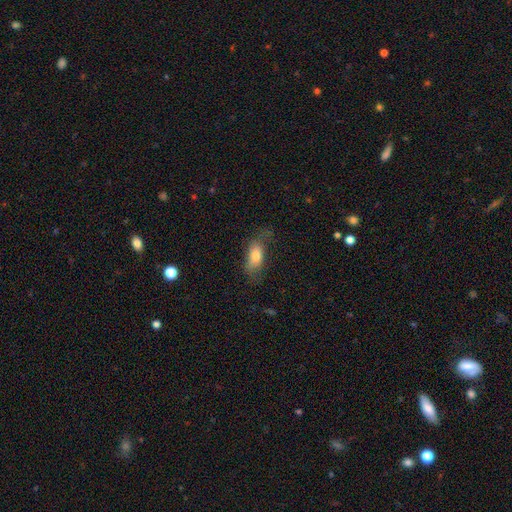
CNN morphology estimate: Smooth or featured? smooth (73%)
How rounded? in between (82%)
Merging? none (51%)